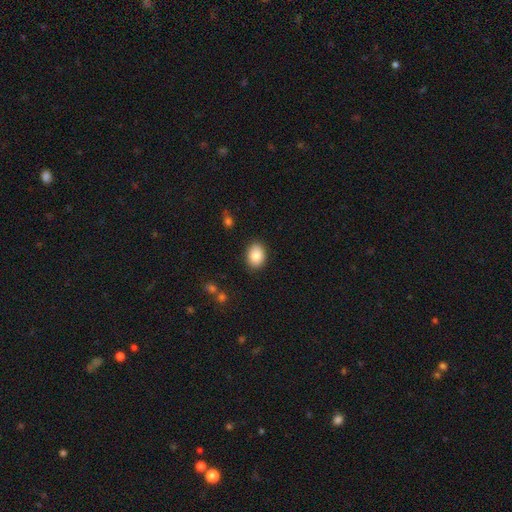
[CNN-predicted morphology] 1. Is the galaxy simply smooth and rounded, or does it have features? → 84% smooth, 8% featured or disk, 8% star or artifact.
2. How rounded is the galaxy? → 69% in between, 30% round, 1% cigar-shaped.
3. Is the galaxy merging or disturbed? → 88% none, 8% minor disturbance, 2% major disturbance, 1% merger.